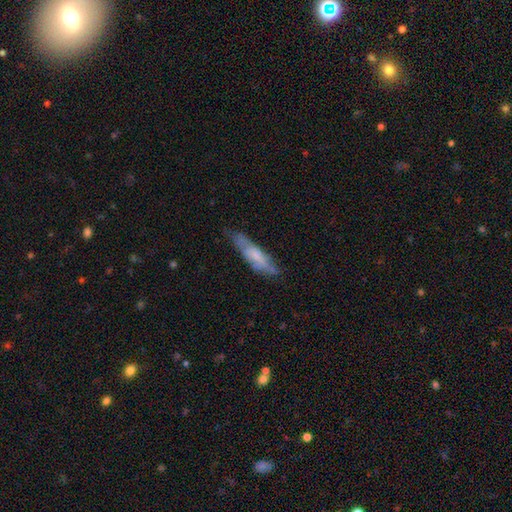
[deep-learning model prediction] Morphology: type=smooth (56%); roundness=cigar-shaped (70%); merging=none (64%).